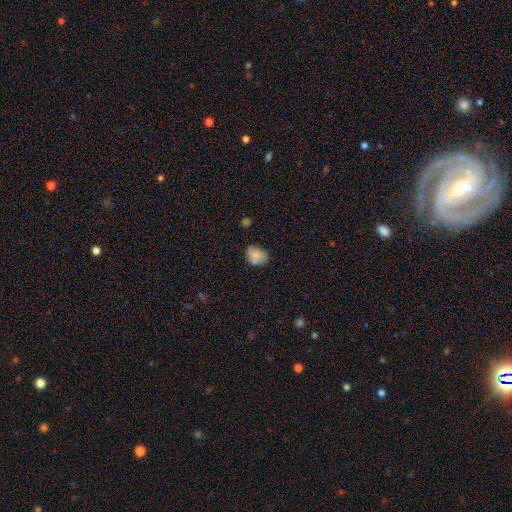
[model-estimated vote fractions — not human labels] Morphology: type=smooth (74%); roundness=in between (57%); merging=none (54%).